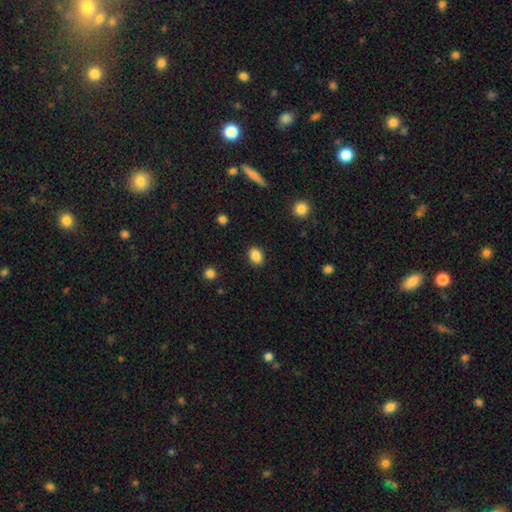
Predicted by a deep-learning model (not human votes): Morphology: type=smooth (87%); roundness=in between (78%); merging=none (89%).